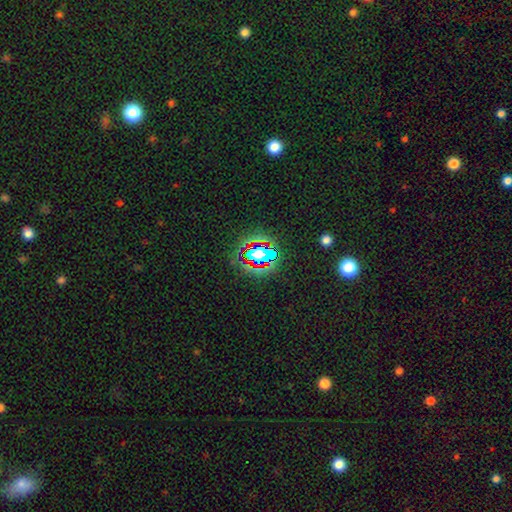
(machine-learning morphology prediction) type=star or artifact (63%).